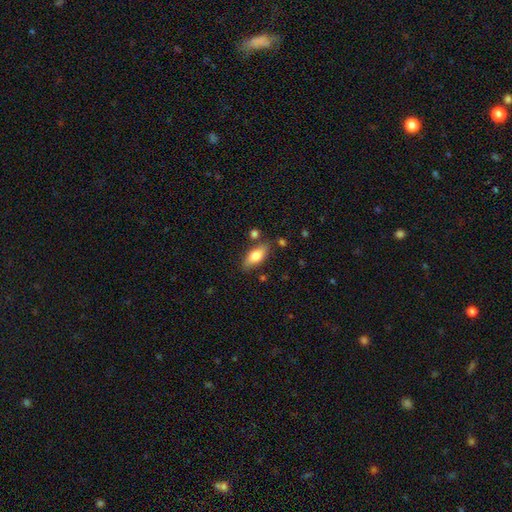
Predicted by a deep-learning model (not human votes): smooth_or_featured: smooth (p=0.75) [alt: featured or disk p=0.18]
how_rounded: in between (p=0.82) [alt: cigar-shaped p=0.15]
merging: none (p=0.78) [alt: minor disturbance p=0.14]